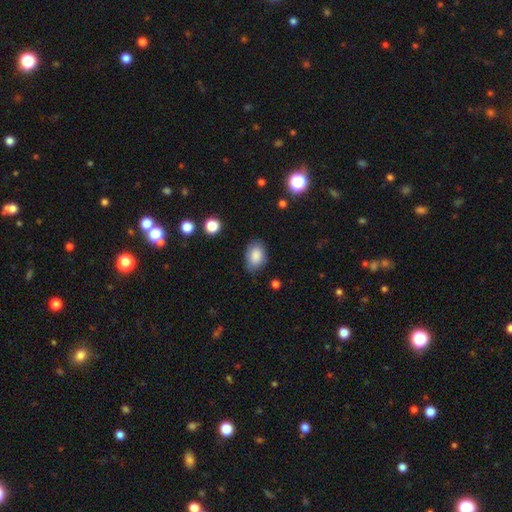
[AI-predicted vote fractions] The model was most divided on "merging": none: 75%, minor disturbance: 19%, major disturbance: 4%, merger: 1%. More confident: how rounded — in between (85%); smooth or featured — smooth (85%).